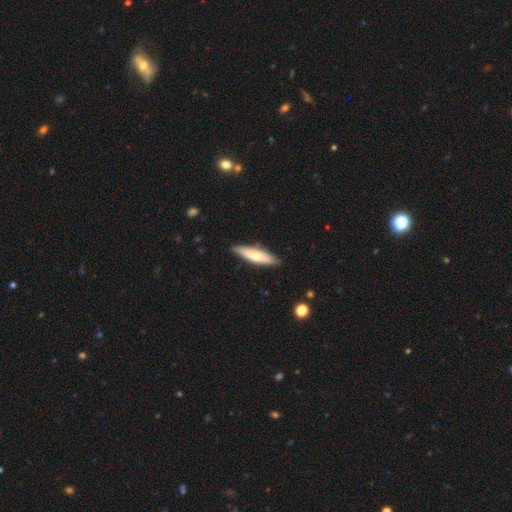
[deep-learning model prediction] smooth 62%, featured or disk 32%, star or artifact 6%. Down the decision tree: how rounded — cigar-shaped (72%); merging — none (86%).